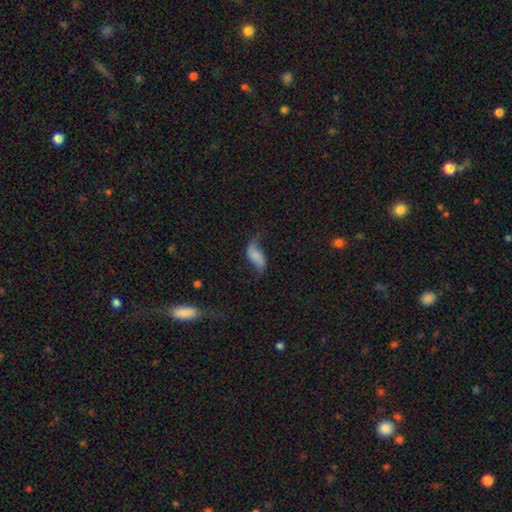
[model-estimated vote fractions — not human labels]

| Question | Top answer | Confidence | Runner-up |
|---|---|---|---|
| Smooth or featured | smooth | 51% | featured or disk (38%) |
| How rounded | in between | 83% | cigar-shaped (14%) |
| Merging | none | 46% | minor disturbance (28%) |